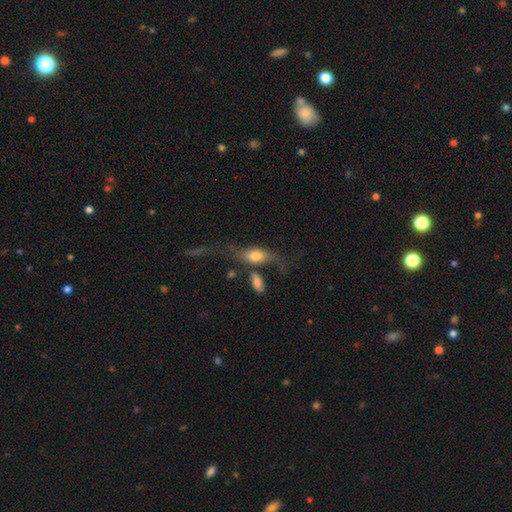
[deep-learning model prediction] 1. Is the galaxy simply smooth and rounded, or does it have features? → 54% smooth, 37% featured or disk, 9% star or artifact.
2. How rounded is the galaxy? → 72% in between, 21% cigar-shaped, 7% round.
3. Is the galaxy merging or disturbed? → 37% none, 25% major disturbance, 19% merger, 19% minor disturbance.